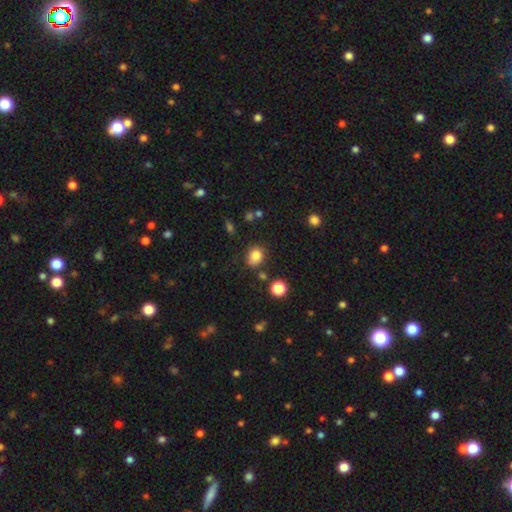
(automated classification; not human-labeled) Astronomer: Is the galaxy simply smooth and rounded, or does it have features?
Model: smooth — 82%.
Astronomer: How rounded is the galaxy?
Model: round — 59% (runner-up: in between, 40%).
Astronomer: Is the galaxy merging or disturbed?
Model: none — 74%.